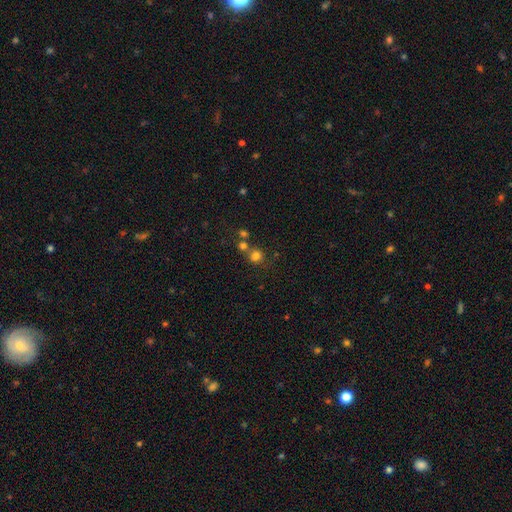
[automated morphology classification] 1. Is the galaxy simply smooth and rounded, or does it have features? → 75% smooth, 17% star or artifact, 8% featured or disk.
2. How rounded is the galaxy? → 86% round, 13% in between, 1% cigar-shaped.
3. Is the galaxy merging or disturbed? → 59% none, 28% merger, 9% minor disturbance, 4% major disturbance.